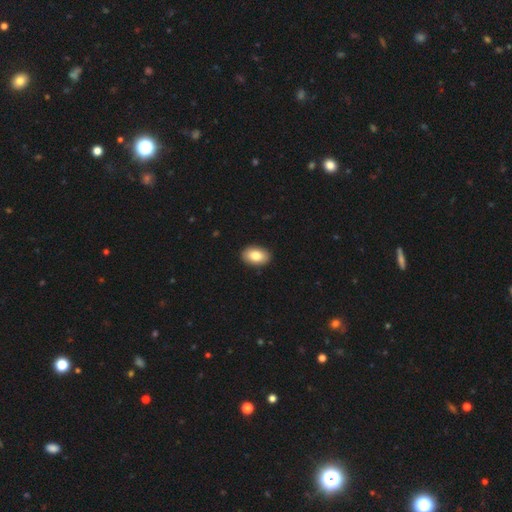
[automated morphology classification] smooth_or_featured: smooth (p=0.83) [alt: featured or disk p=0.10]
how_rounded: in between (p=0.89) [alt: round p=0.10]
merging: none (p=0.91) [alt: minor disturbance p=0.07]